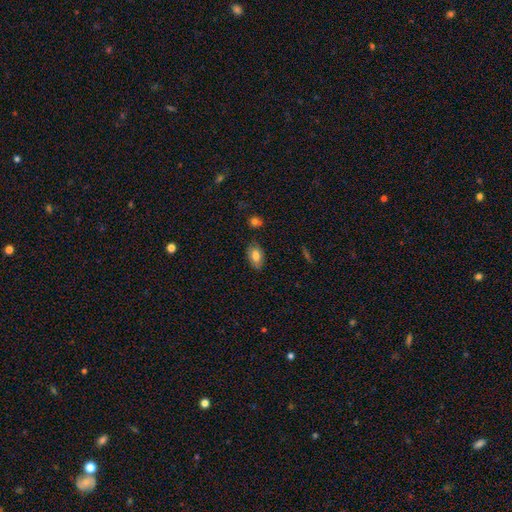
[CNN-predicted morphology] Smooth or featured? Predicted: smooth (p=0.76). How rounded? Predicted: in between (p=0.92). Merging? Predicted: none (p=0.81).